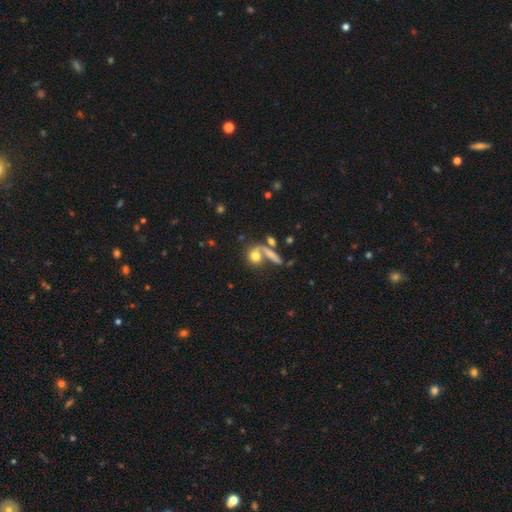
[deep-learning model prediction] Smooth or featured? Predicted: smooth (p=0.71). How rounded? Predicted: round (p=0.59). Merging? Predicted: none (p=0.45).